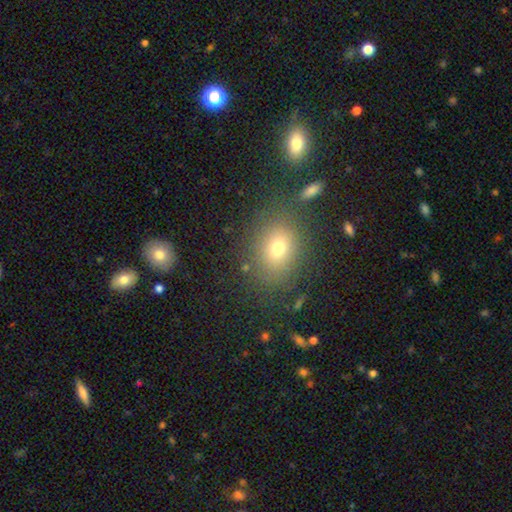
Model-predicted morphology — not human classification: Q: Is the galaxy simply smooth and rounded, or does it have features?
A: smooth — 62%.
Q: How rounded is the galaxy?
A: in between — 53%.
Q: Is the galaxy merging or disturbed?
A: none — 83%.